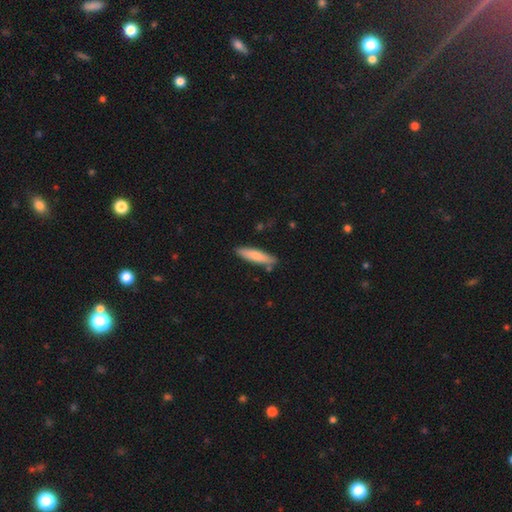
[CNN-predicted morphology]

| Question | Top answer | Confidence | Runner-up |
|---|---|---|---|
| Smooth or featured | smooth | 76% | featured or disk (19%) |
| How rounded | cigar-shaped | 79% | in between (19%) |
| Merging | none | 83% | minor disturbance (11%) |